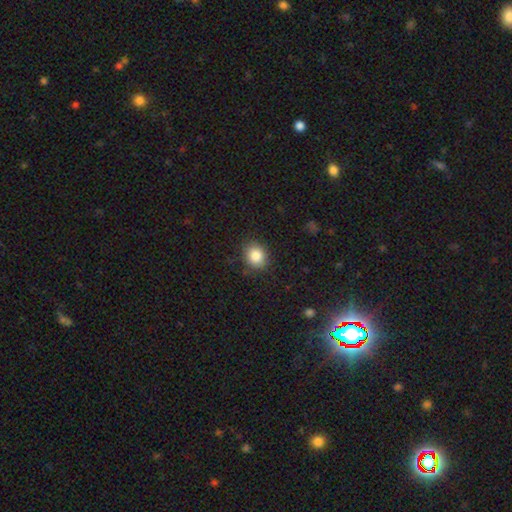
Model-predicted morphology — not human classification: A smooth galaxy with no disk features (85%) that is round (71%).

Vote fractions:
- Smooth or featured? smooth: 85% / star or artifact: 10% / featured or disk: 5%
- How rounded? round: 71% / in between: 28% / cigar-shaped: 1%
- Merging? none: 87% / minor disturbance: 10% / major disturbance: 3% / merger: 1%